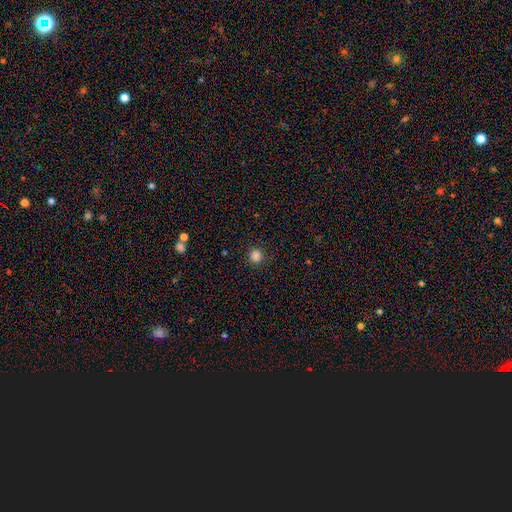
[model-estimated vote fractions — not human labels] This is clearly a smooth galaxy (84%). How rounded: clearly round (92%). Merging: clearly none (89%).